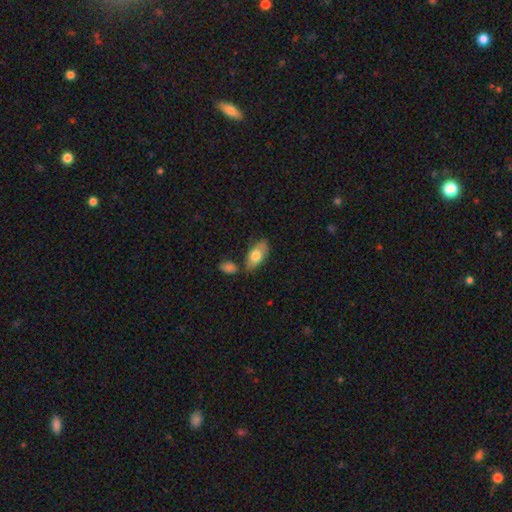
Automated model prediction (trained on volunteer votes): smooth 71%, featured or disk 23%, star or artifact 6%. Down the decision tree: how rounded — in between (90%); merging — none (66%).